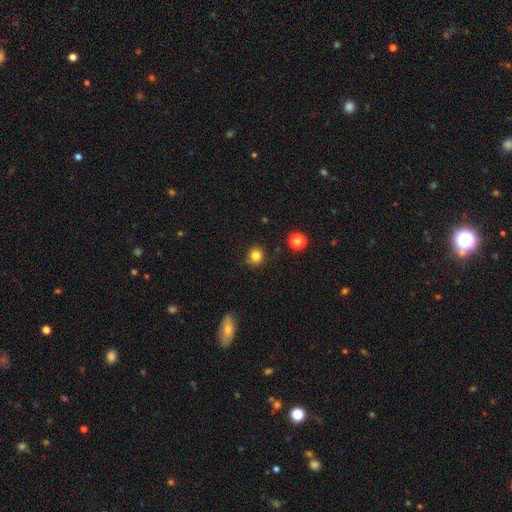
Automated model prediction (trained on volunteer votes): This is clearly a smooth galaxy (83%). How rounded: clearly round (88%). Merging: clearly none (81%).